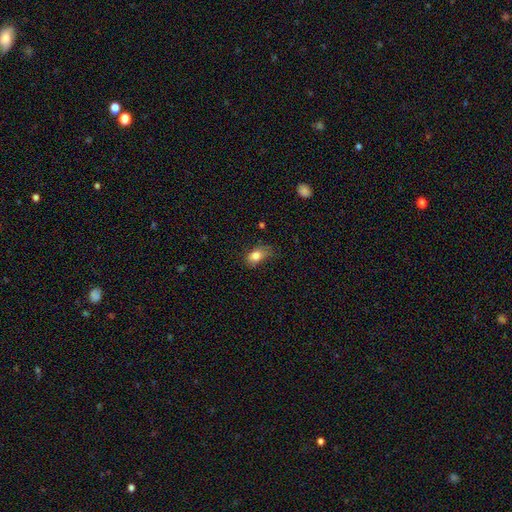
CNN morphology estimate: smooth 81%, star or artifact 9%, featured or disk 9%. Down the decision tree: how rounded — in between (79%); merging — none (46%).